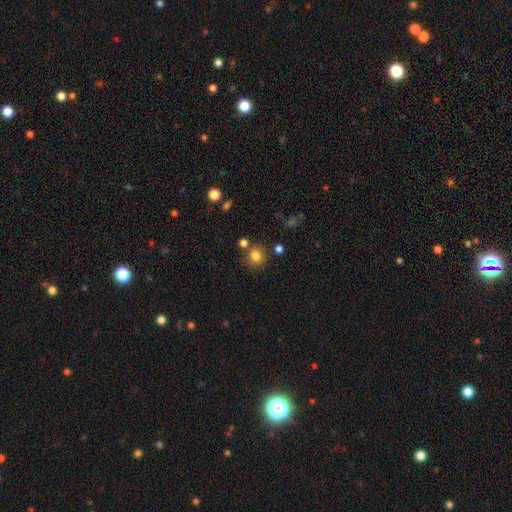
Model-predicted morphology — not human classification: Overall: smooth (81%). How rounded: round (84%). Merging: none (77%).